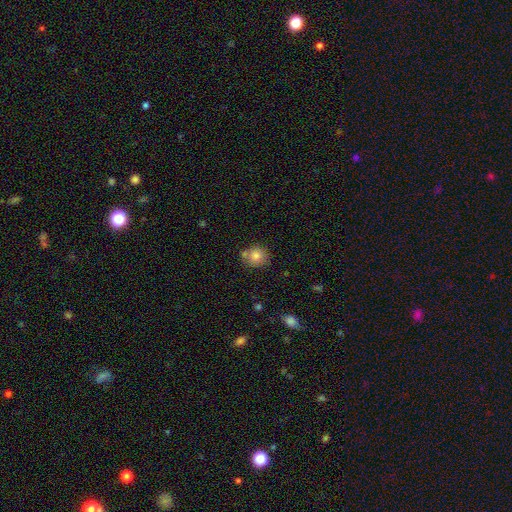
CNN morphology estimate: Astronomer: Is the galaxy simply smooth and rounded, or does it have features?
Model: smooth — 81%.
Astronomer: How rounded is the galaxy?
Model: round — 82%.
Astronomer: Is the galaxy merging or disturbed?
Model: none — 69%.